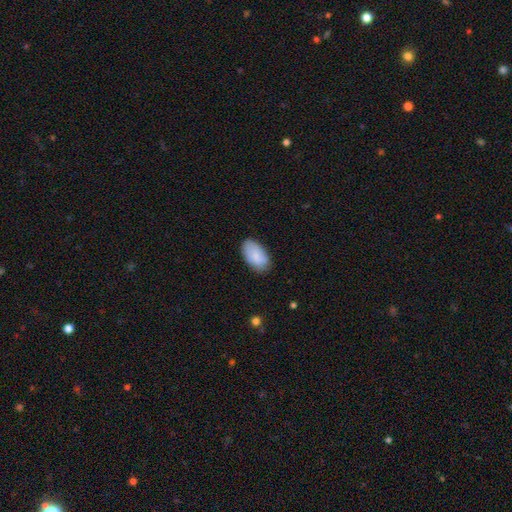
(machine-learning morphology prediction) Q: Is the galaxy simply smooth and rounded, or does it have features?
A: smooth — 83%.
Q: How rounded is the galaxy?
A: in between — 95%.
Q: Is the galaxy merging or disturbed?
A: none — 77%.